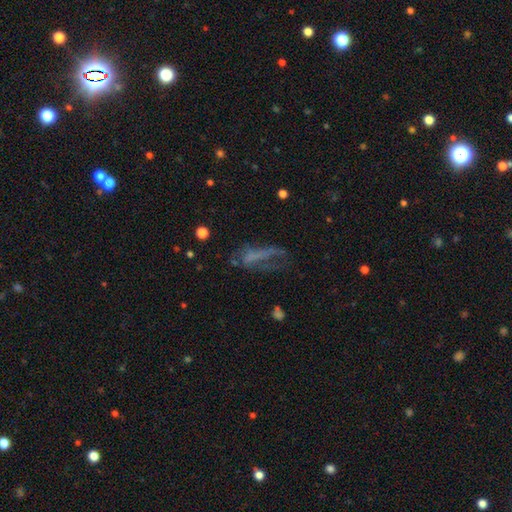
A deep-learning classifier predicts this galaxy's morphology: Overall: smooth (42%; featured or disk 39%). Merging: major disturbance (43%; none 32%).